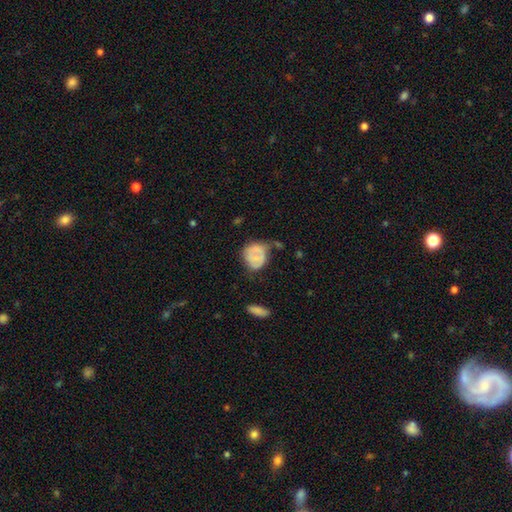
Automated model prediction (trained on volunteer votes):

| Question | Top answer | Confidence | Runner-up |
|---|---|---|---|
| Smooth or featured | smooth | 61% | featured or disk (31%) |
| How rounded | round | 60% | in between (39%) |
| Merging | none | 36% | minor disturbance (35%) |